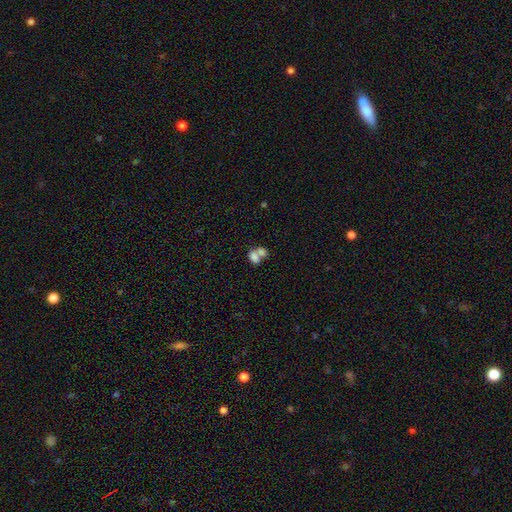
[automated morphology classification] Q: Smooth or featured?
A: smooth (76%); runner-up: featured or disk (15%)
Q: How rounded?
A: in between (75%); runner-up: round (23%)
Q: Merging?
A: merger (69%); runner-up: none (21%)